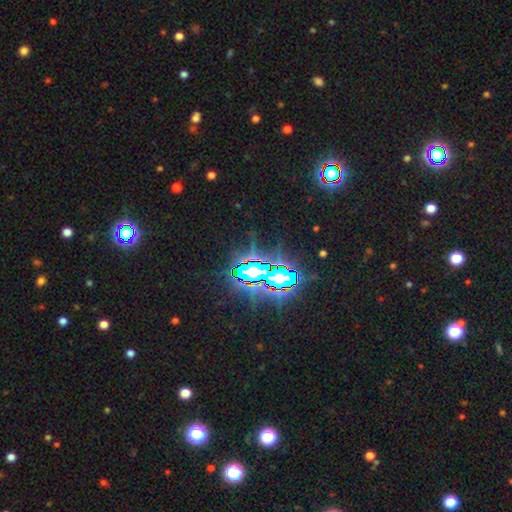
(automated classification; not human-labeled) Smooth or featured: star or artifact — 79% (featured or disk — 12%)